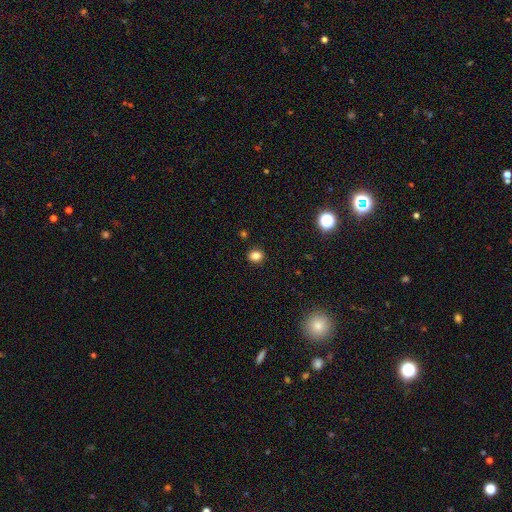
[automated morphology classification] Smooth or featured? Predicted: smooth (p=0.82). How rounded? Predicted: round (p=0.68). Merging? Predicted: none (p=0.91).